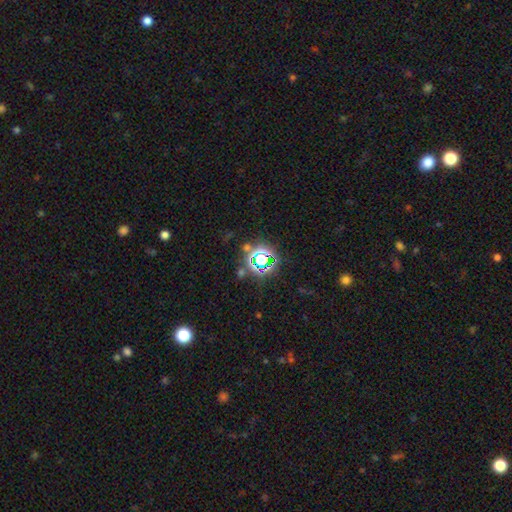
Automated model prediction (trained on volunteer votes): This is likely a star or artifact rather than a galaxy (74%).